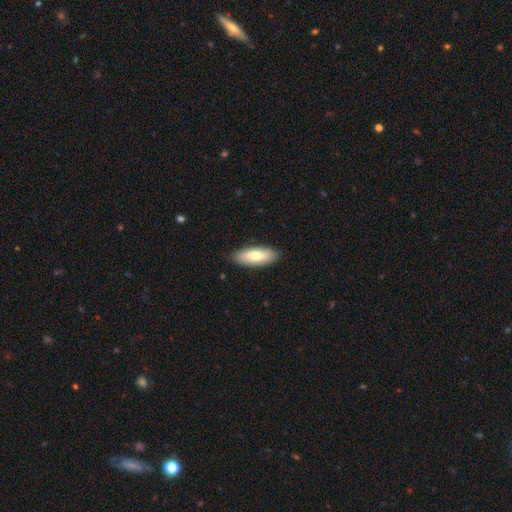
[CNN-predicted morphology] Smooth or featured?
  - smooth: 72% *
  - featured or disk: 22%
  - star or artifact: 6%
How rounded?
  - in between: 71% *
  - cigar-shaped: 27%
  - round: 2%
Merging?
  - none: 88% *
  - minor disturbance: 9%
  - major disturbance: 2%
  - merger: 1%